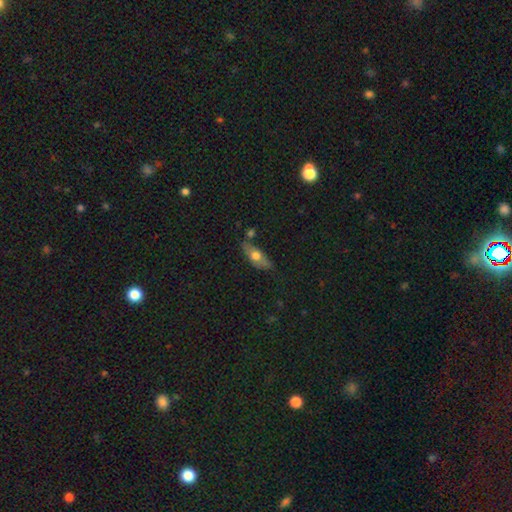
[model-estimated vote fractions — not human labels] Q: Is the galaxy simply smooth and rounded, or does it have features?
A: smooth — 58%.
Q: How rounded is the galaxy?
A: in between — 69%.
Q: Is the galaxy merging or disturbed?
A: none — 60%.